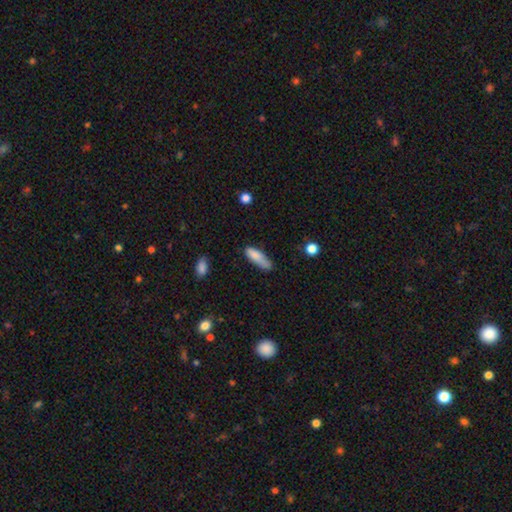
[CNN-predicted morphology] smooth_or_featured: smooth (p=0.81) [alt: featured or disk p=0.12]
how_rounded: cigar-shaped (p=0.50) [alt: in between p=0.48]
merging: none (p=0.45) [alt: minor disturbance p=0.36]